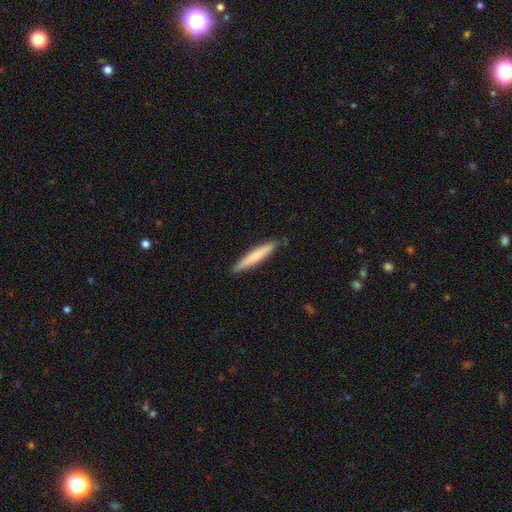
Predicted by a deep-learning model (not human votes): Smooth or featured?
  - smooth: 68% *
  - featured or disk: 27%
  - star or artifact: 5%
How rounded?
  - cigar-shaped: 94% *
  - in between: 5%
  - round: 1%
Merging?
  - none: 87% *
  - minor disturbance: 10%
  - major disturbance: 2%
  - merger: 1%